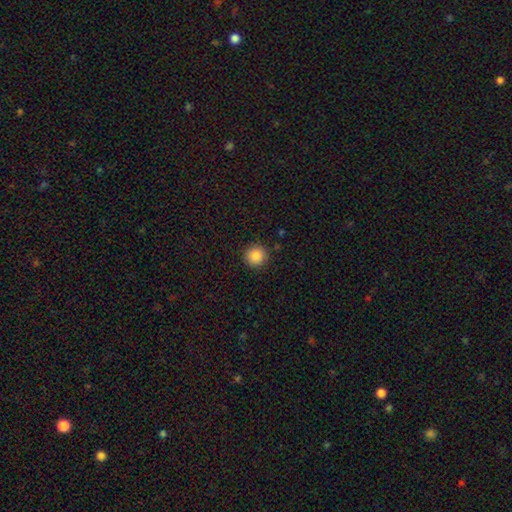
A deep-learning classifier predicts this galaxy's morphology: The model was most divided on "smooth or featured": smooth: 87%, star or artifact: 9%, featured or disk: 3%. More confident: how rounded — round (95%); merging — none (90%).